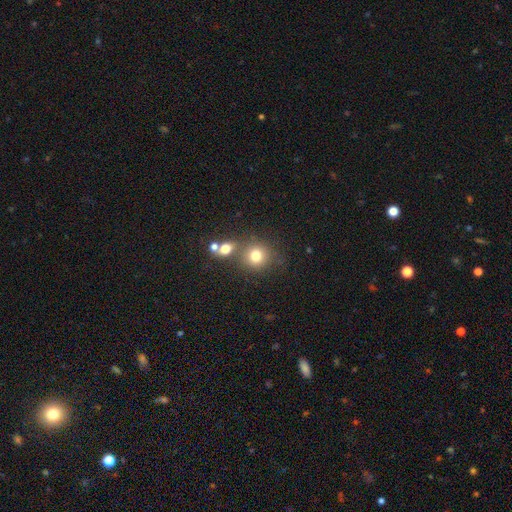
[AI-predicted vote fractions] Smooth or featured? smooth (77%)
How rounded? round (87%)
Merging? none (64%)